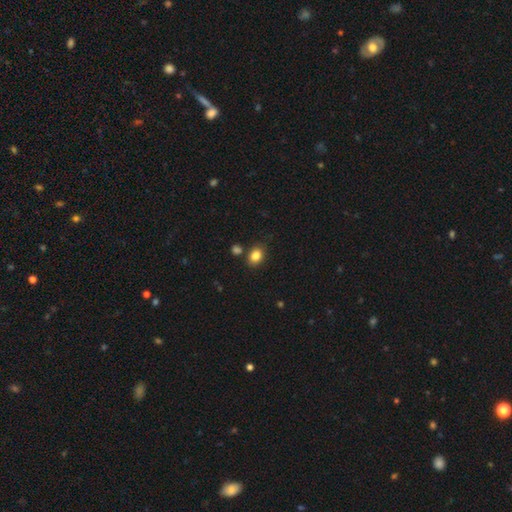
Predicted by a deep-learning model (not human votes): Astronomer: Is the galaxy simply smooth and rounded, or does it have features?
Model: smooth — 84%.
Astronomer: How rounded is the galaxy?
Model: in between — 57% (runner-up: round, 42%).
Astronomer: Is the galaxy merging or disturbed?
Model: none — 79%.